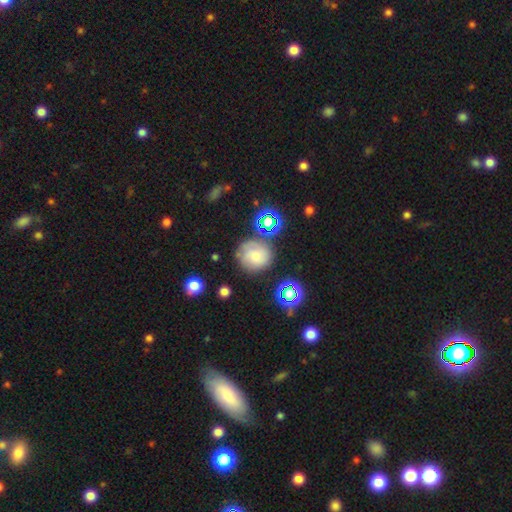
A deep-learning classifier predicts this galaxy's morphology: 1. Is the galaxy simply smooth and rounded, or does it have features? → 52% smooth, 30% featured or disk, 18% star or artifact.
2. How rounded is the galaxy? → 85% round, 14% in between, 1% cigar-shaped.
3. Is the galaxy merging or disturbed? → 67% none, 19% minor disturbance, 8% major disturbance, 7% merger.